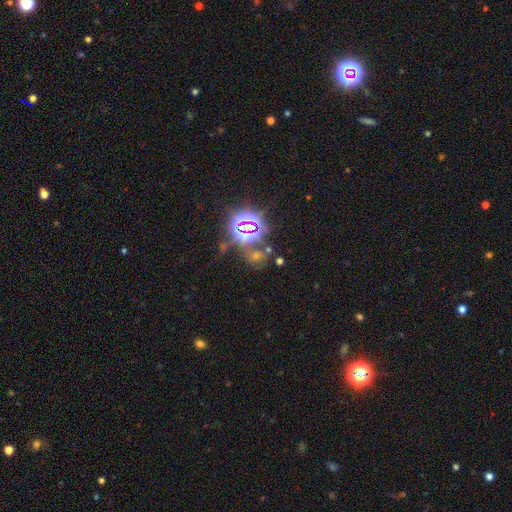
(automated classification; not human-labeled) star or artifact 72%, smooth 18%, featured or disk 9%.